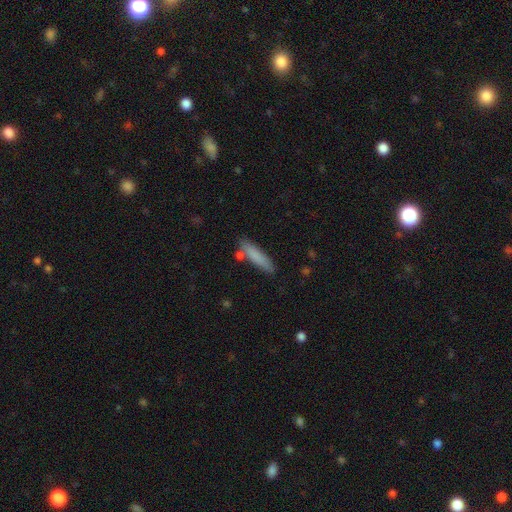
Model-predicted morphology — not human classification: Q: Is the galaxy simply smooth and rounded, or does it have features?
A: smooth — 81%.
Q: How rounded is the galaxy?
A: cigar-shaped — 83%.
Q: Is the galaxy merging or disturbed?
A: none — 78%.